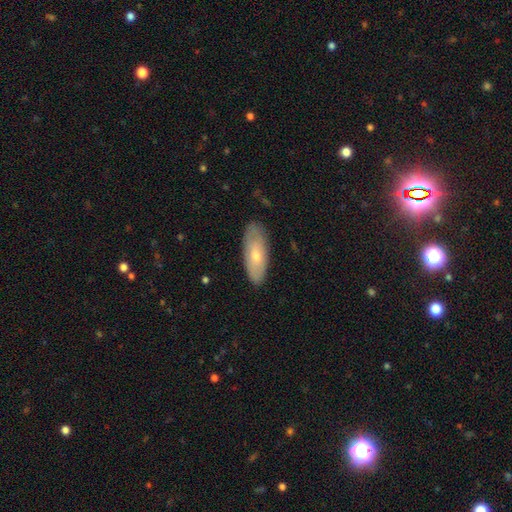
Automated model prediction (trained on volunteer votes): Smooth or featured? smooth (60%)
How rounded? in between (75%)
Merging? none (83%)